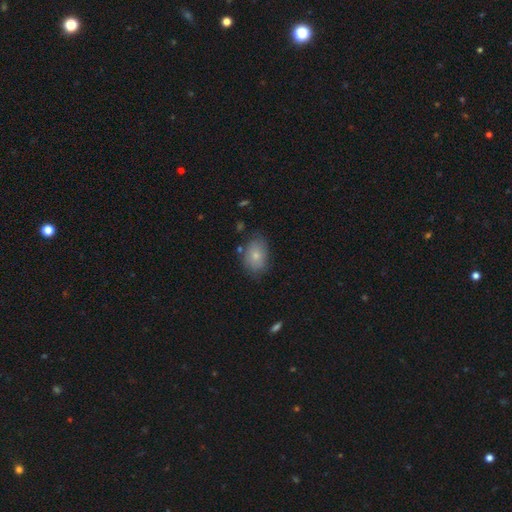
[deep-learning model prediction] Smooth or featured?
  - smooth: 75% *
  - featured or disk: 18%
  - star or artifact: 8%
How rounded?
  - in between: 81% *
  - round: 18%
  - cigar-shaped: 1%
Merging?
  - none: 72% *
  - minor disturbance: 20%
  - major disturbance: 5%
  - merger: 3%